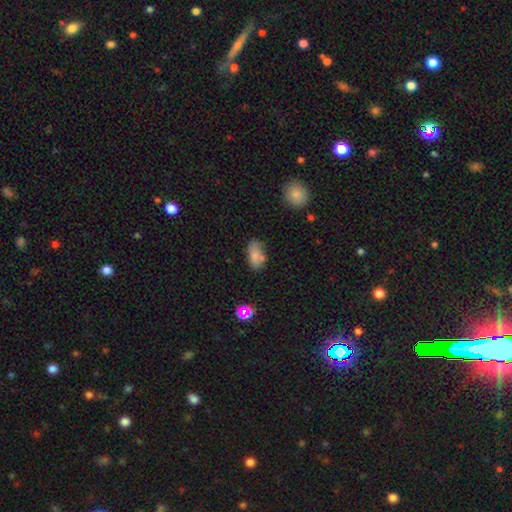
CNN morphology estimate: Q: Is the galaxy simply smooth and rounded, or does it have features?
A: smooth — 77%.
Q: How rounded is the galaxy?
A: in between — 91%.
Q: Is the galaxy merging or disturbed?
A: none — 61%.